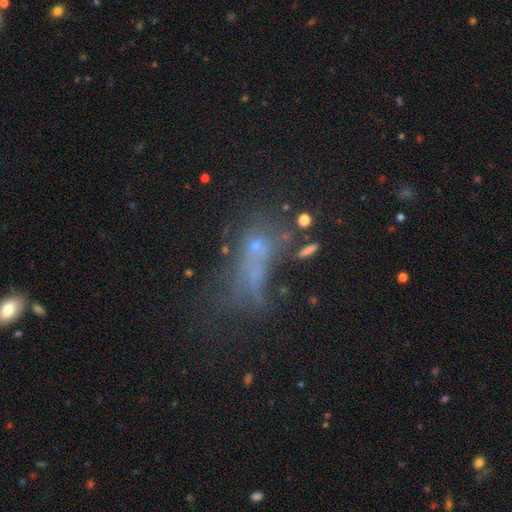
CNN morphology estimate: Smooth or featured?
  - star or artifact: 34% * (tied)
  - featured or disk: 34% * (tied)
  - smooth: 33%